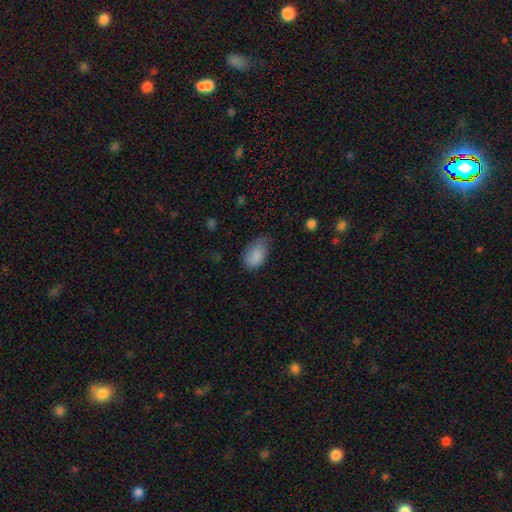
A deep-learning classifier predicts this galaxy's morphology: This appears to be a smooth galaxy with no disk features (85%) that is in between round and cigar-shaped (90%). Merging: none (46%).